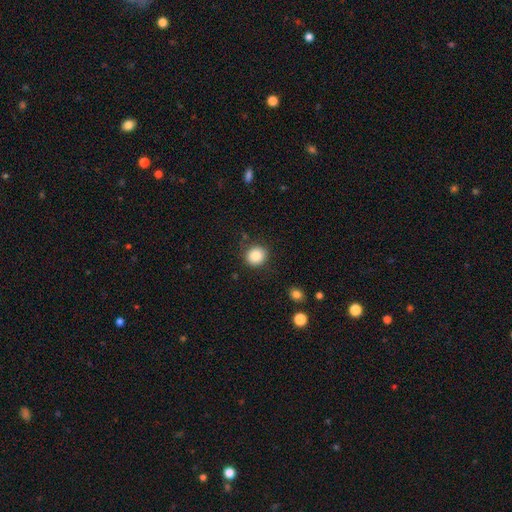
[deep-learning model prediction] This is clearly a smooth galaxy (86%). How rounded: clearly round (88%). Merging: clearly none (87%).